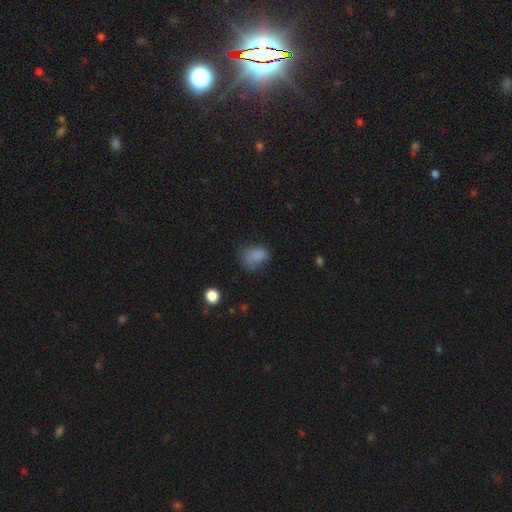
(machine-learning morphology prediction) smooth-or-featured: smooth: 77% | star or artifact: 13% | featured or disk: 9%
  how-rounded: in between: 71% | round: 28% | cigar-shaped: 1%
  merging: none: 40% | minor disturbance: 31% | major disturbance: 26% | merger: 3%